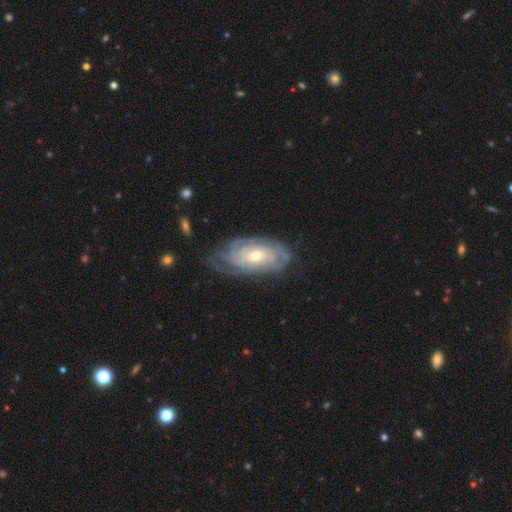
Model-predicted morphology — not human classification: smooth_or_featured: featured or disk (p=0.80) [alt: smooth p=0.15]
disk_edge_on: no (p=0.94) [alt: yes p=0.06]
bar: no (p=0.64) [alt: weak p=0.30]
has_spiral_arms: yes (p=0.92) [alt: no p=0.08]
spiral_winding: tight (p=0.74) [alt: medium p=0.20]
spiral_arm_count: can't tell (p=0.50) [alt: 2 p=0.16]
bulge_size: moderate (p=0.50) [alt: small p=0.46]
merging: none (p=0.68) [alt: minor disturbance p=0.22]